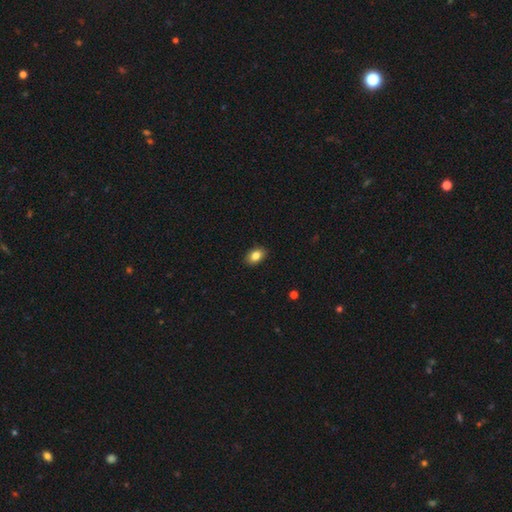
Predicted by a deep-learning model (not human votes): Smooth or featured?
  - smooth: 84% *
  - star or artifact: 9%
  - featured or disk: 7%
How rounded?
  - in between: 82% *
  - round: 16%
  - cigar-shaped: 1%
Merging?
  - none: 89% *
  - minor disturbance: 9%
  - major disturbance: 2%
  - merger: 1%